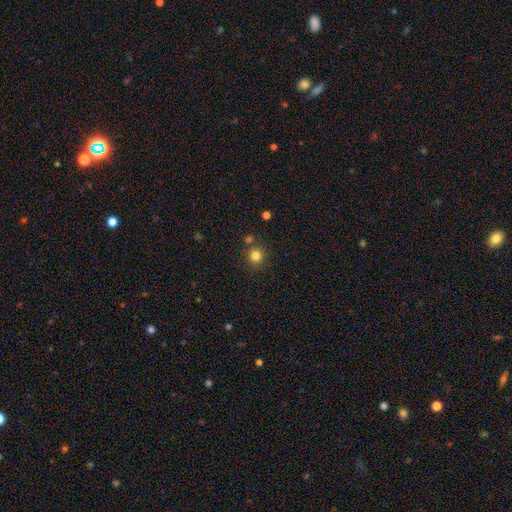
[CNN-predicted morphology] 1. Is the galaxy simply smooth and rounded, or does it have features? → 81% smooth, 14% star or artifact, 5% featured or disk.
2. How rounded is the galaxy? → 93% round, 6% in between, 1% cigar-shaped.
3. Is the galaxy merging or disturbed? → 80% none, 9% merger, 8% minor disturbance, 3% major disturbance.